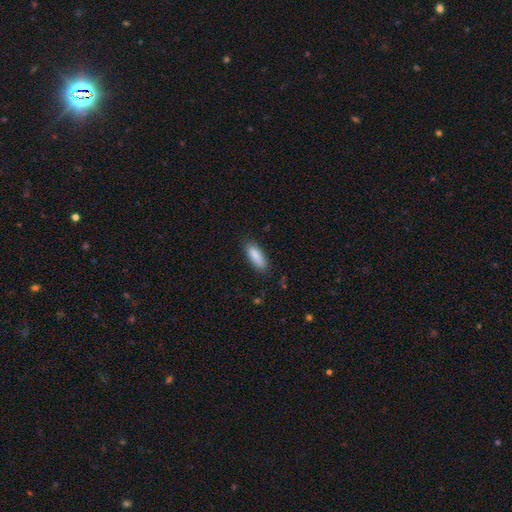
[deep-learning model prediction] Smooth or featured: smooth — 88% (star or artifact — 6%)
How rounded: in between — 63% (cigar-shaped — 35%)
Merging: none — 82% (minor disturbance — 14%)